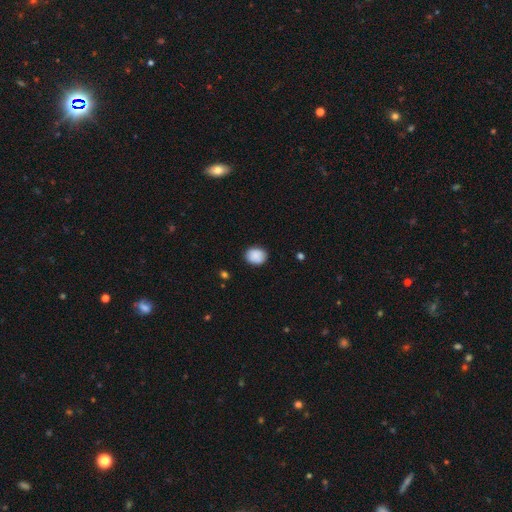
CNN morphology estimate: Q: Smooth or featured?
A: smooth (89%); runner-up: star or artifact (7%)
Q: How rounded?
A: round (57%); runner-up: in between (42%)
Q: Merging?
A: none (85%); runner-up: minor disturbance (11%)